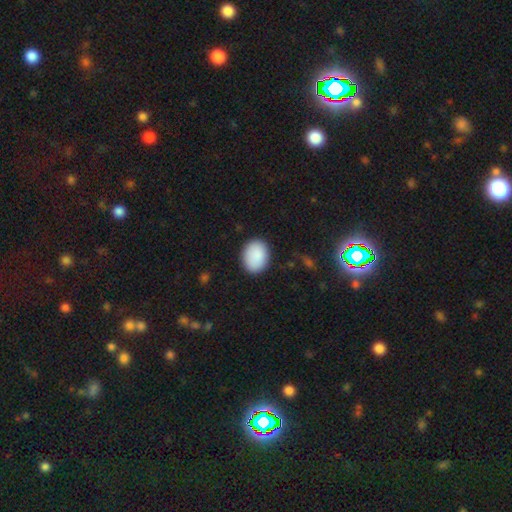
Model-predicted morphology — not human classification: type=smooth (90%); roundness=in between (66%); merging=none (87%).